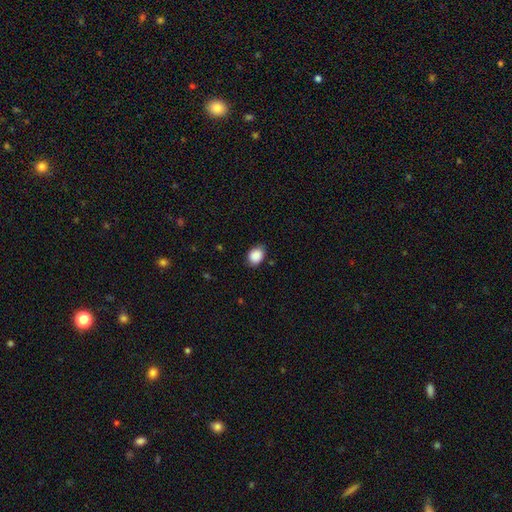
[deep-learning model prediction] This is clearly a smooth galaxy (89%). How rounded: likely in between (61%). Merging: likely none (80%).